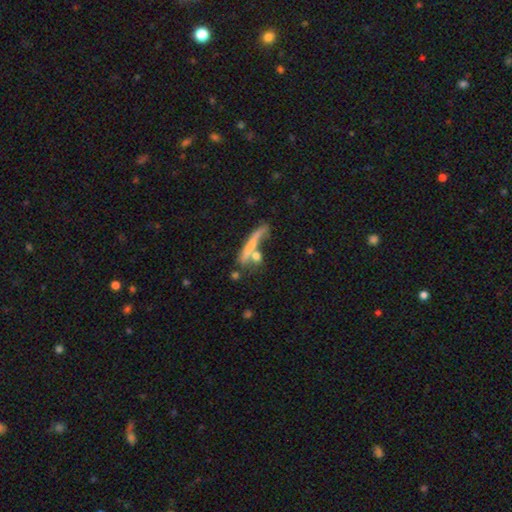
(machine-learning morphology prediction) Smooth or featured? Predicted: smooth (p=0.60). How rounded? Predicted: cigar-shaped (p=0.72). Merging? Predicted: none (p=0.46).